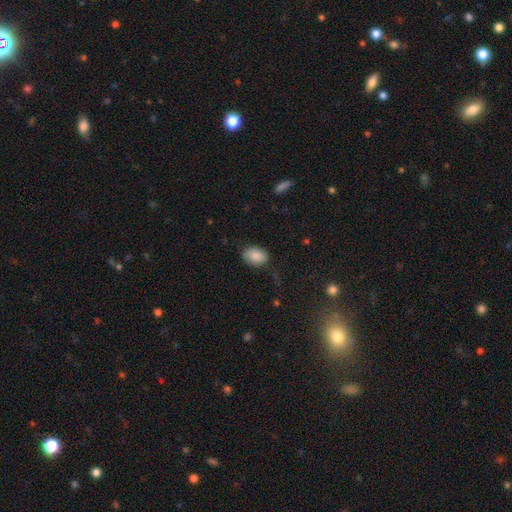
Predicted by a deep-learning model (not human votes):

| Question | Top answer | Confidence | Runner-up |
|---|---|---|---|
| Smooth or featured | smooth | 87% | star or artifact (7%) |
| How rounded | in between | 81% | round (18%) |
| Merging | none | 81% | minor disturbance (15%) |